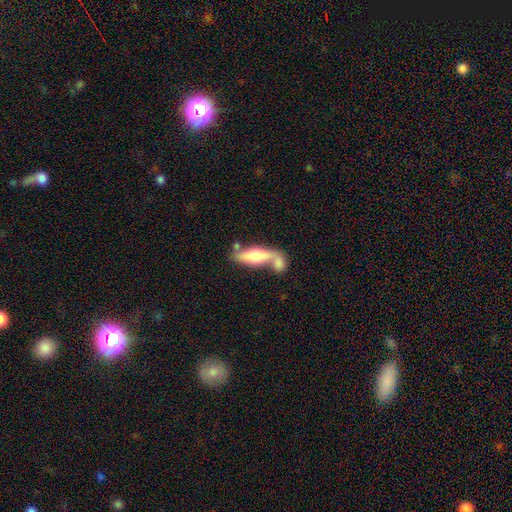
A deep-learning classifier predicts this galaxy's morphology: Overall: smooth (60%; featured or disk 34%). How rounded: in between (53%; cigar-shaped 43%). Merging: merger (49%; none 31%).